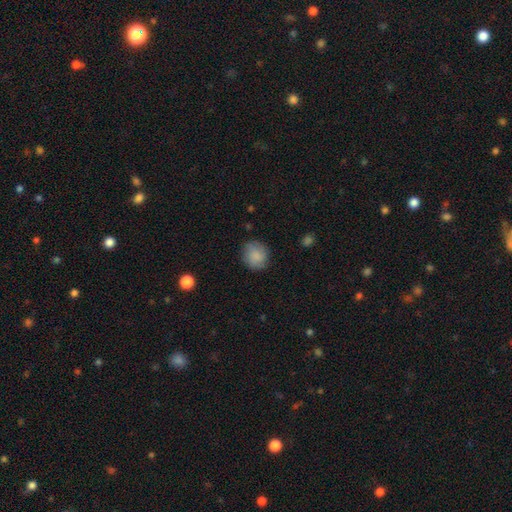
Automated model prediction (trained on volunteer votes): A smooth galaxy with no disk features (82%) that is round (81%). Merging: none (79%).